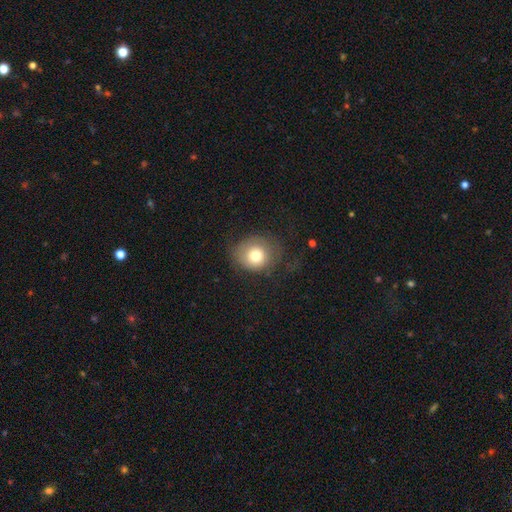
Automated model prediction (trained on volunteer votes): Q: Smooth or featured?
A: smooth (73%); runner-up: featured or disk (17%)
Q: How rounded?
A: round (79%); runner-up: in between (20%)
Q: Merging?
A: none (62%); runner-up: minor disturbance (21%)